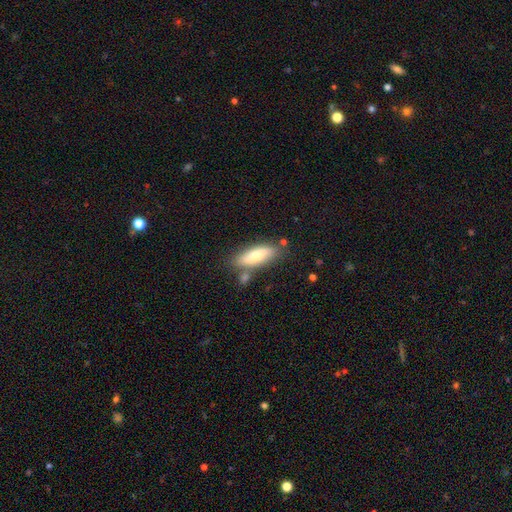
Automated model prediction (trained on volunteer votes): smooth_or_featured: smooth (p=0.72) [alt: featured or disk p=0.22]
how_rounded: in between (p=0.62) [alt: cigar-shaped p=0.36]
merging: none (p=0.71) [alt: minor disturbance p=0.16]